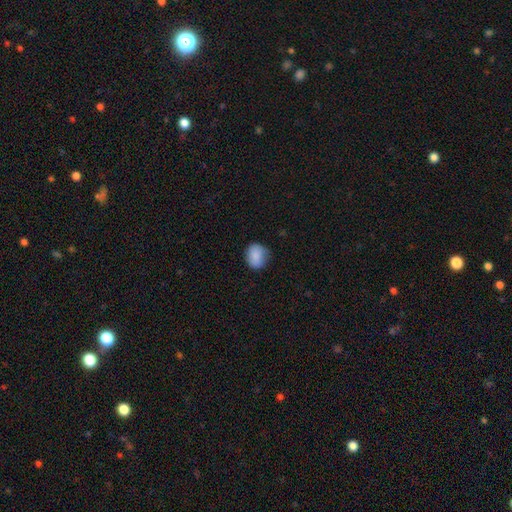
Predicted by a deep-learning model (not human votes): Smooth or featured? Predicted: smooth (p=0.87). How rounded? Predicted: round (p=0.61). Merging? Predicted: none (p=0.75).